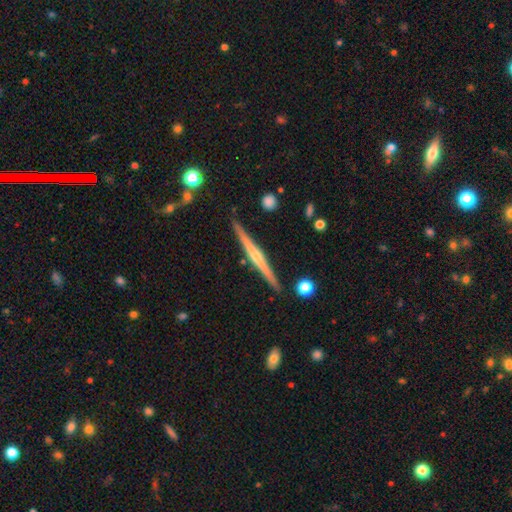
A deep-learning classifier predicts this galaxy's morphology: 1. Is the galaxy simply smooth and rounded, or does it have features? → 80% featured or disk, 14% smooth, 6% star or artifact.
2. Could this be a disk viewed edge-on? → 98% yes, 2% no.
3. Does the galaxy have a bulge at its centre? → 76% rounded, 18% none, 7% boxy.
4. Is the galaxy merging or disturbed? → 89% none, 7% minor disturbance, 2% merger, 2% major disturbance.